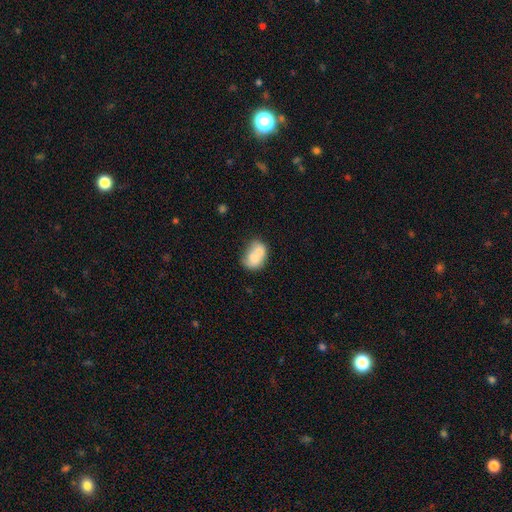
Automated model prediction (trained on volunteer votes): smooth_or_featured: smooth (p=0.67) [alt: featured or disk p=0.26]
how_rounded: in between (p=0.58) [alt: round p=0.41]
merging: merger (p=0.63) [alt: none p=0.22]